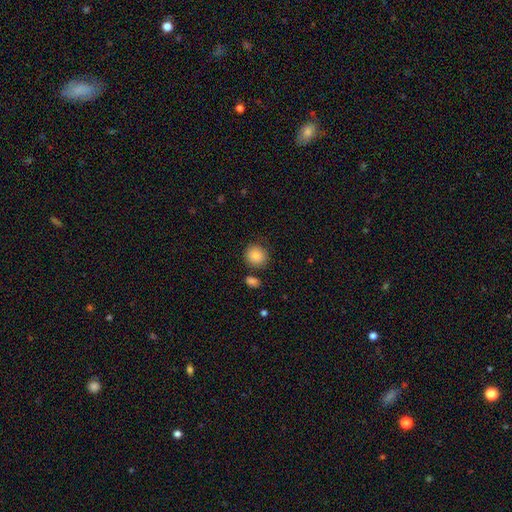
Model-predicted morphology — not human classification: smooth 85%, star or artifact 9%, featured or disk 6%. Down the decision tree: how rounded — round (87%); merging — none (80%).